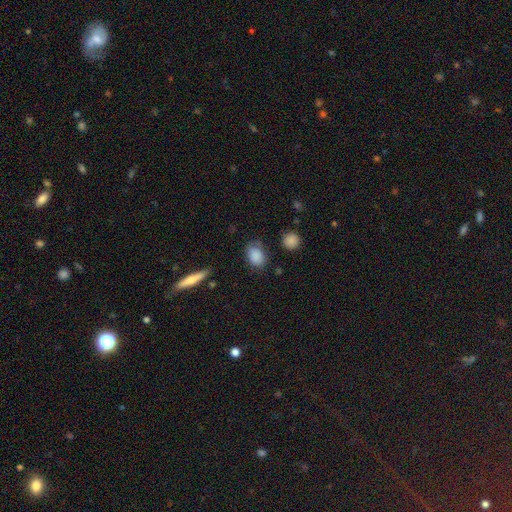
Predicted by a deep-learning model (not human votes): Overall: smooth (86%). How rounded: in between (79%). Merging: none (71%).